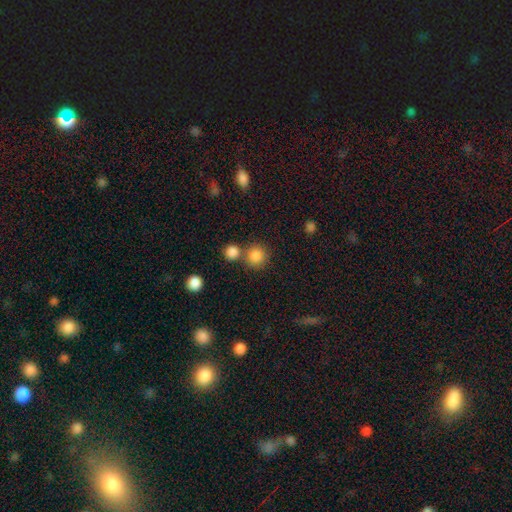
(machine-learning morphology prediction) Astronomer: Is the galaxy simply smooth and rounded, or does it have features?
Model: smooth — 85%.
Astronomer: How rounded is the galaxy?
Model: round — 92%.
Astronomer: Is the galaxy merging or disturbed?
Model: none — 66%.